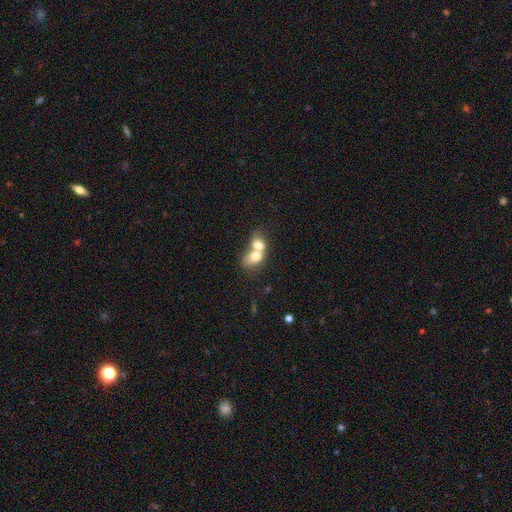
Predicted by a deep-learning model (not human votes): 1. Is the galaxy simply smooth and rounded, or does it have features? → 69% smooth, 23% featured or disk, 8% star or artifact.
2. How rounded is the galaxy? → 58% in between, 40% round, 2% cigar-shaped.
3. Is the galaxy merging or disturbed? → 82% merger, 11% none, 4% minor disturbance, 4% major disturbance.